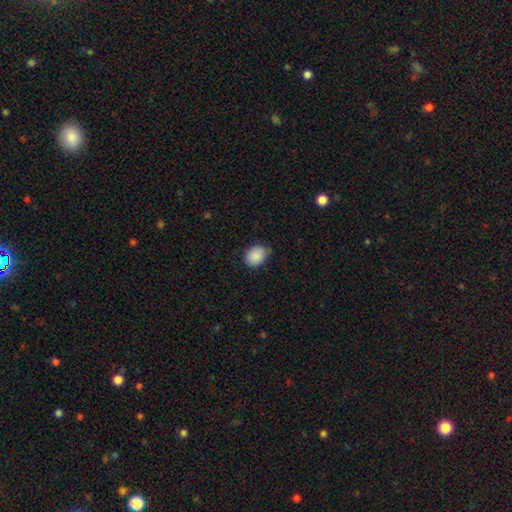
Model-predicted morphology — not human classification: This appears to be a smooth galaxy with no disk features (89%) that is in between round and cigar-shaped (61%). Merging: none (71%).